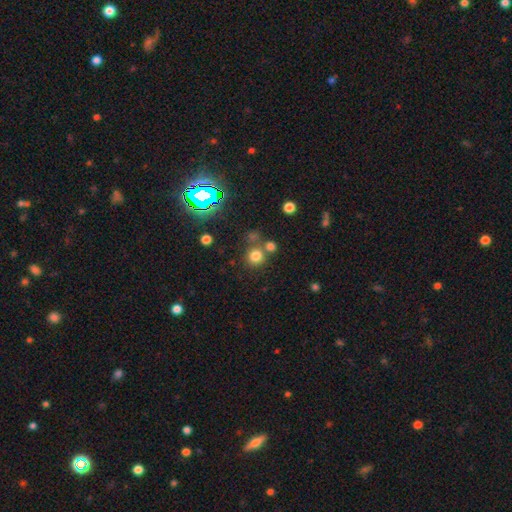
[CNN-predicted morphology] type=smooth (74%); roundness=round (91%); merging=none (68%).